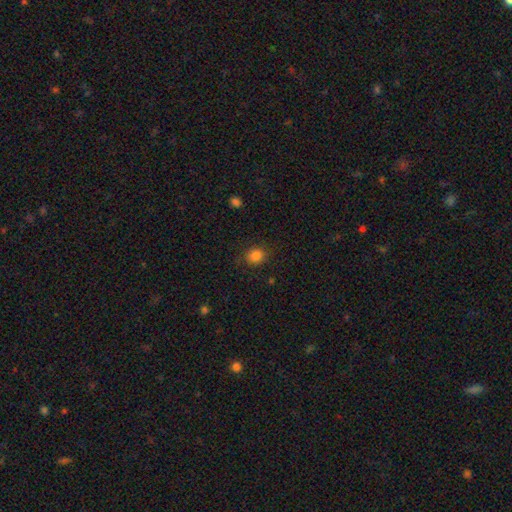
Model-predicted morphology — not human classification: This appears to be a smooth galaxy with no disk features (84%) that is round (77%). Merging: none (85%).